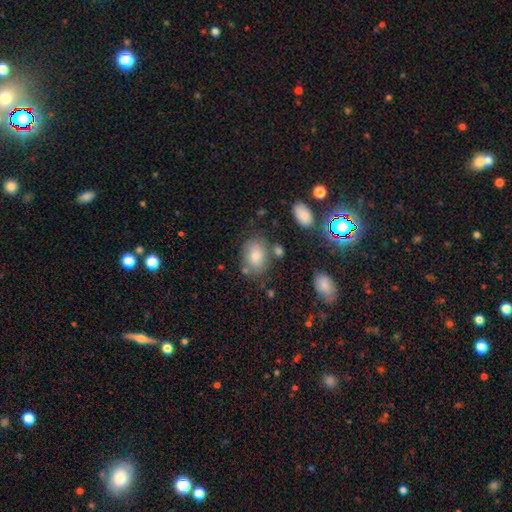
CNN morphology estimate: Smooth or featured?
  - smooth: 75% *
  - featured or disk: 13%
  - star or artifact: 12%
How rounded?
  - in between: 75% *
  - round: 24%
  - cigar-shaped: 1%
Merging?
  - none: 71% *
  - minor disturbance: 16%
  - merger: 8%
  - major disturbance: 5%